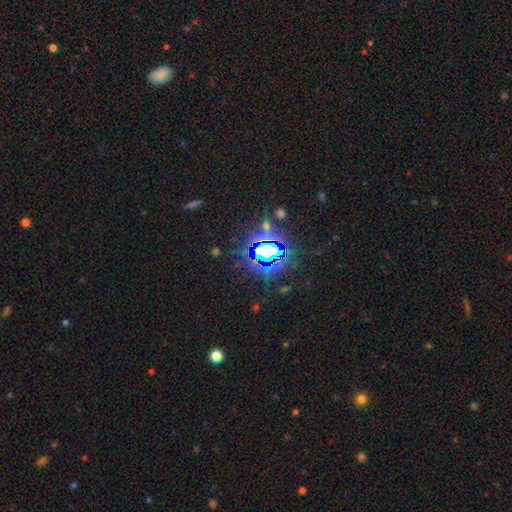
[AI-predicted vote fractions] This appears to be a star or artifact, not a galaxy (82%).